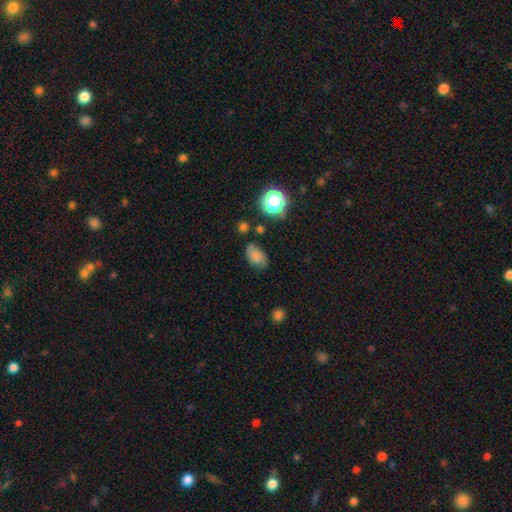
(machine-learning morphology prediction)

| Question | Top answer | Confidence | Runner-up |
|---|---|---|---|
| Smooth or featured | smooth | 68% | featured or disk (18%) |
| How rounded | in between | 82% | round (16%) |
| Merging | none | 61% | minor disturbance (26%) |